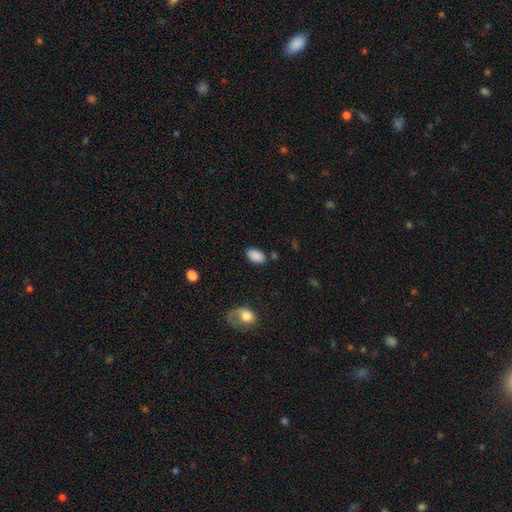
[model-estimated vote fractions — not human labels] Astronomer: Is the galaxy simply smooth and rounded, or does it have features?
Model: smooth — 88%.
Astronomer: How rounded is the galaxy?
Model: in between — 93%.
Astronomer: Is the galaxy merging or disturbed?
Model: none — 82%.